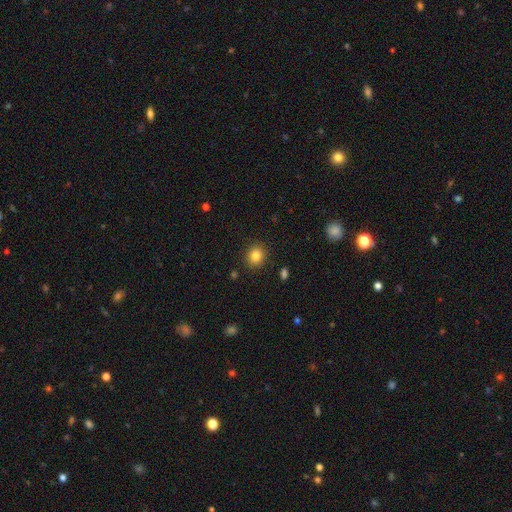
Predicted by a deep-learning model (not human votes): smooth_or_featured: smooth (p=0.84) [alt: star or artifact p=0.11]
how_rounded: round (p=0.77) [alt: in between p=0.22]
merging: none (p=0.89) [alt: minor disturbance p=0.07]